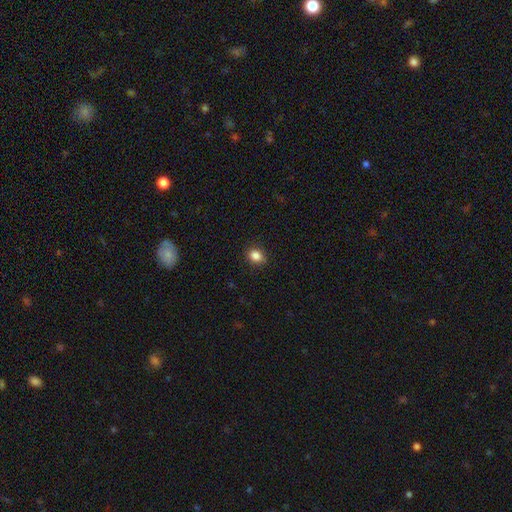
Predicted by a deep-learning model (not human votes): A smooth galaxy with no disk features (86%) that is in between round and cigar-shaped (54%).

Vote fractions:
- Smooth or featured? smooth: 86% / star or artifact: 10% / featured or disk: 4%
- How rounded? in between: 54% / round: 45% / cigar-shaped: 1%
- Merging? none: 87% / minor disturbance: 10% / major disturbance: 2% / merger: 1%